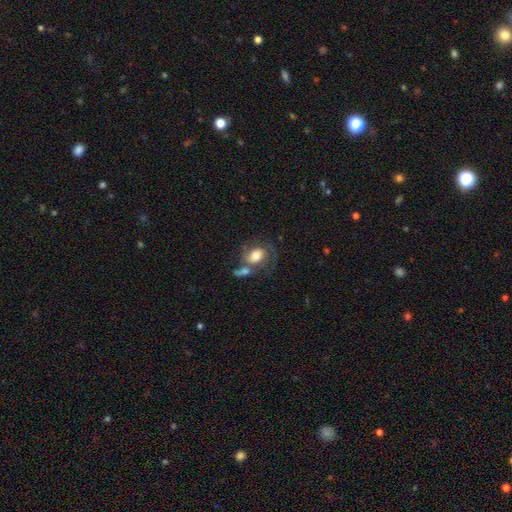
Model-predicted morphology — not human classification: Smooth or featured: smooth — 51% (featured or disk — 41%)
How rounded: in between — 60% (round — 39%)
Merging: merger — 38% (none — 30%)